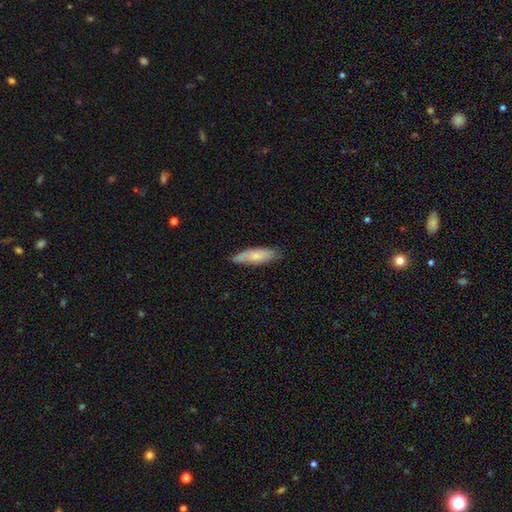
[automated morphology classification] smooth 71%, featured or disk 23%, star or artifact 6%. Down the decision tree: how rounded — cigar-shaped (51%); merging — none (75%).